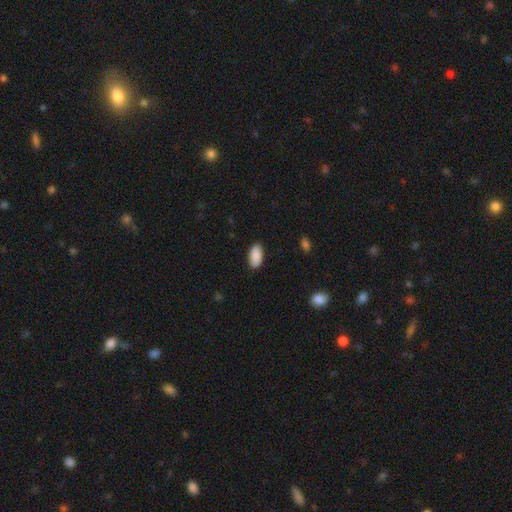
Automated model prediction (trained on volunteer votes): smooth_or_featured: smooth (p=0.90) [alt: star or artifact p=0.06]
how_rounded: in between (p=0.93) [alt: cigar-shaped p=0.05]
merging: none (p=0.88) [alt: minor disturbance p=0.09]